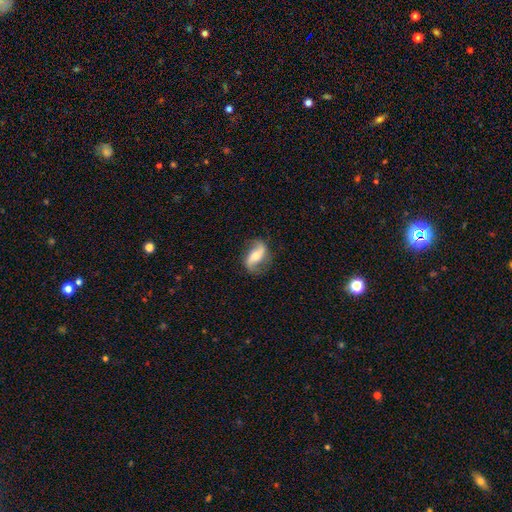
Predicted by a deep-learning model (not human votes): Smooth or featured? Predicted: featured or disk (p=0.79). Edge-on disk? Predicted: no (p=0.94). Bar? Predicted: strong (p=0.35). Spiral arms? Predicted: yes (p=0.93). Spiral winding? Predicted: loose (p=0.73). Spiral arm count? Predicted: 2 (p=0.92). Bulge size? Predicted: moderate (p=0.63). Merging? Predicted: none (p=0.79).